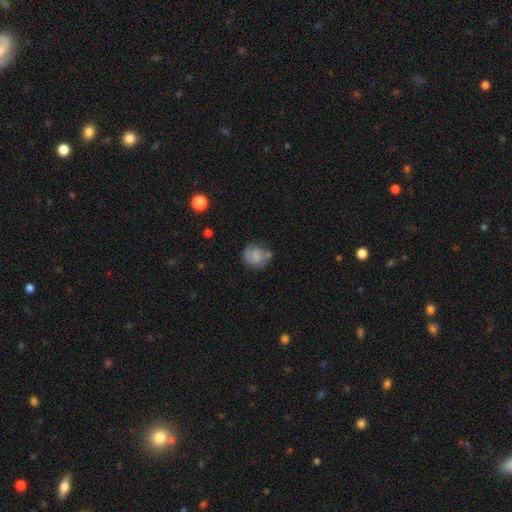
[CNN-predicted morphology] The model was most divided on "smooth or featured": smooth: 49%, featured or disk: 42%, star or artifact: 9%. More confident: merging — none (55%).